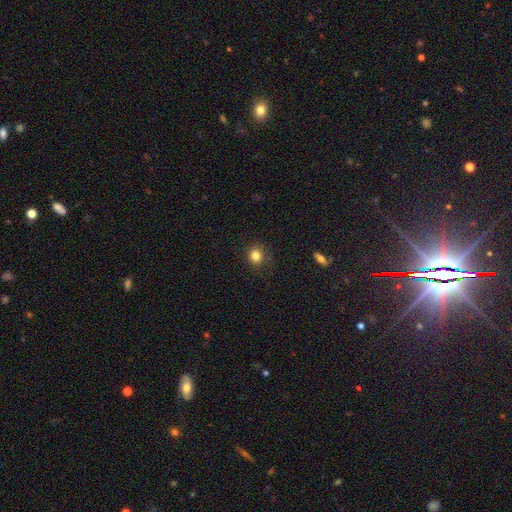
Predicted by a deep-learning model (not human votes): Morphology: type=smooth (83%); roundness=round (84%); merging=none (86%).